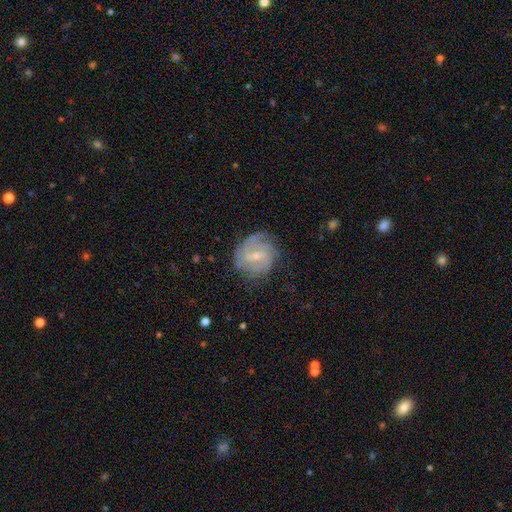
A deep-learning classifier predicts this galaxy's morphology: featured or disk 82%, smooth 12%, star or artifact 6%. Down the decision tree: edge-on disk — no (98%); bar — weak (55%); spiral arms — yes (95%); spiral arm count — 3 (28%); spiral winding — tight (50%); bulge size — small (66%); merging — none (73%).